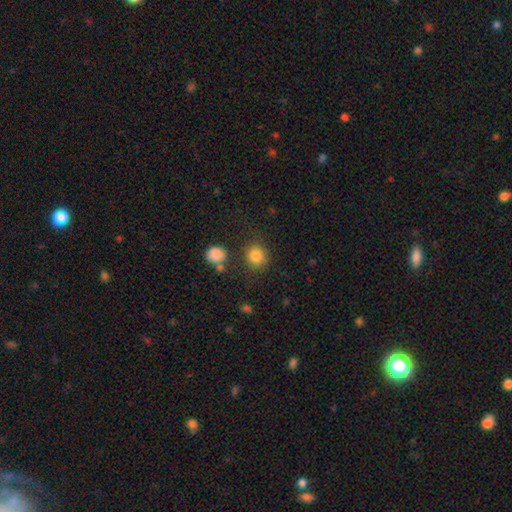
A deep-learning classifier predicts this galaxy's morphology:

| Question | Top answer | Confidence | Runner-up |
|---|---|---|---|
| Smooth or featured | smooth | 84% | star or artifact (11%) |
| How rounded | round | 85% | in between (14%) |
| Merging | none | 80% | minor disturbance (10%) |